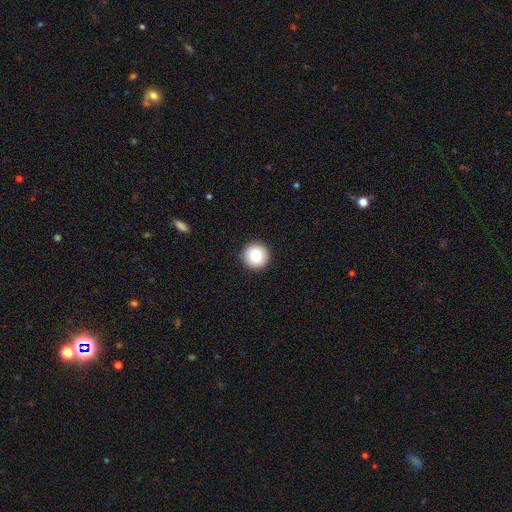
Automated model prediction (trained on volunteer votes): smooth-or-featured: smooth: 82% | featured or disk: 9% | star or artifact: 9%
  how-rounded: round: 97% | in between: 2% | cigar-shaped: 1%
  merging: none: 94% | minor disturbance: 4% | major disturbance: 1% | merger: 1%